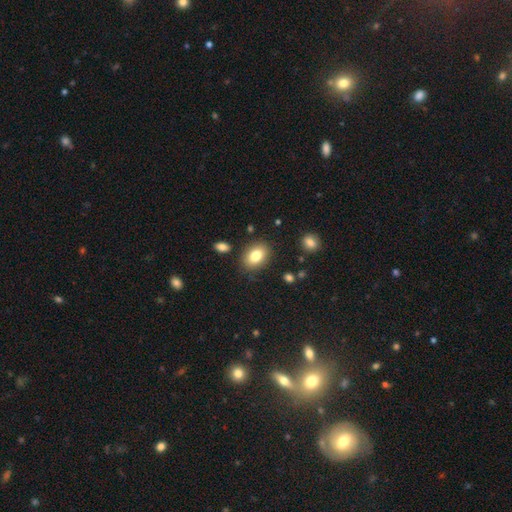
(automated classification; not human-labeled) A smooth galaxy with no disk features (82%) that is in between round and cigar-shaped (80%).

Vote fractions:
- Smooth or featured? smooth: 82% / featured or disk: 10% / star or artifact: 8%
- How rounded? in between: 80% / round: 19% / cigar-shaped: 1%
- Merging? none: 85% / minor disturbance: 10% / major disturbance: 3% / merger: 3%